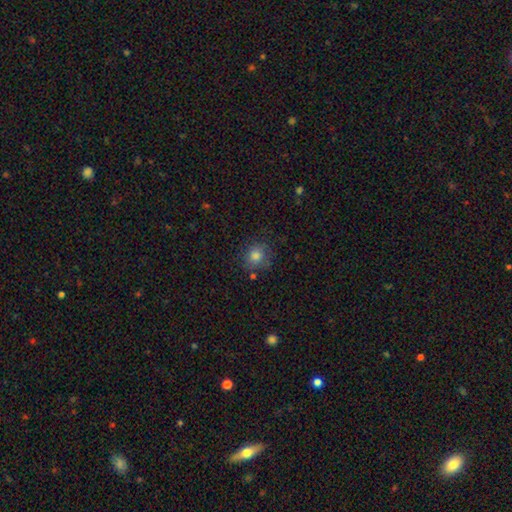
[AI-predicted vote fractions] smooth 80%, star or artifact 12%, featured or disk 8%. Down the decision tree: how rounded — round (86%); merging — none (78%).